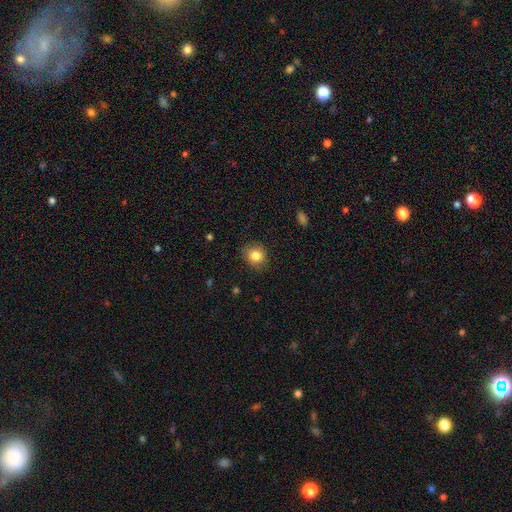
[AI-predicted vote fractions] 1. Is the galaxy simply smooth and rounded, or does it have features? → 83% smooth, 10% star or artifact, 7% featured or disk.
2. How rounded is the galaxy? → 77% round, 22% in between, 1% cigar-shaped.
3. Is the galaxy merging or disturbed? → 84% none, 12% minor disturbance, 3% major disturbance, 1% merger.